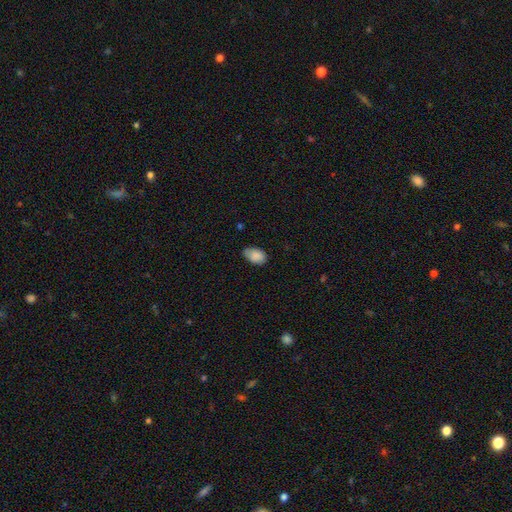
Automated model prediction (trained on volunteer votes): smooth 86%, star or artifact 8%, featured or disk 6%. Down the decision tree: how rounded — in between (86%); merging — none (66%).